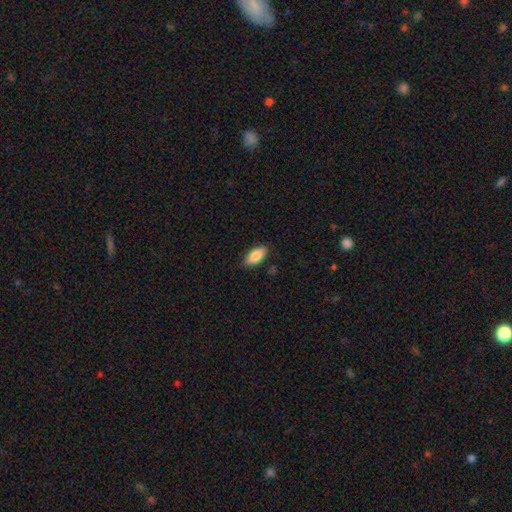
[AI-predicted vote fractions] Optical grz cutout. It shows a smooth galaxy with no disk features (86%) that is in between round and cigar-shaped (86%). Merging: none (85%).